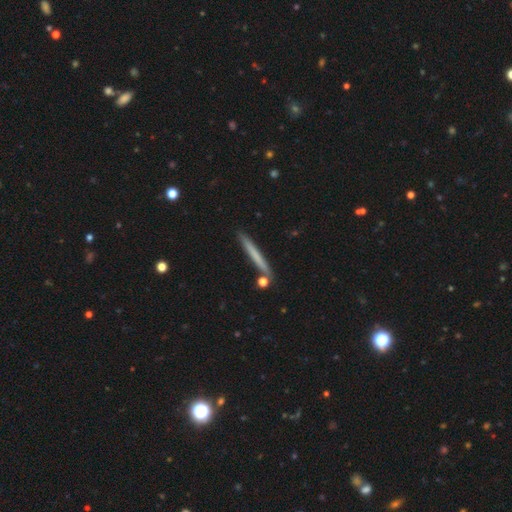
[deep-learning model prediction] This appears to be a smooth galaxy with no disk features (63%) that is cigar-shaped (97%). Merging: none (87%).